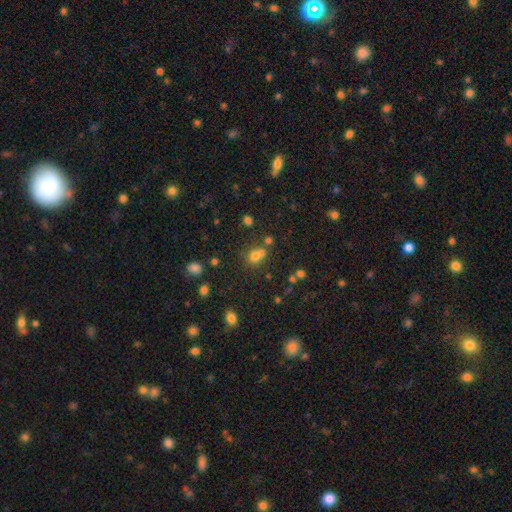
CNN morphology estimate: A smooth galaxy with no disk features (64%) that is round (78%). Merging: none (45%).